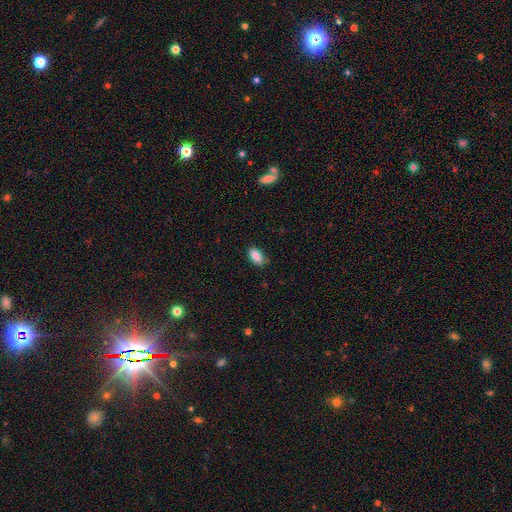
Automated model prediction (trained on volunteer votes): Q: Smooth or featured?
A: smooth (86%); runner-up: star or artifact (8%)
Q: How rounded?
A: in between (91%); runner-up: cigar-shaped (5%)
Q: Merging?
A: none (79%); runner-up: minor disturbance (17%)